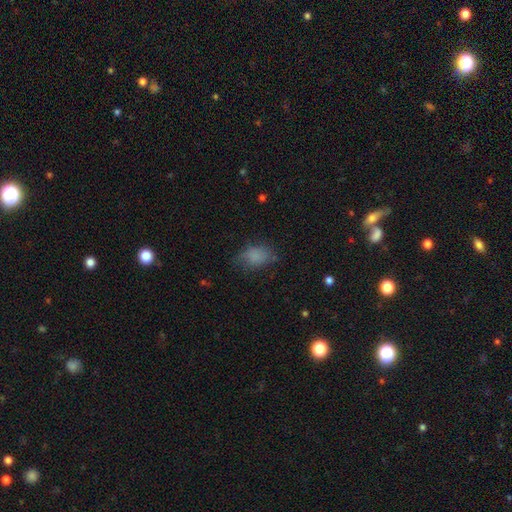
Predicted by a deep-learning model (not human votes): The model was most divided on "merging": none: 60%, minor disturbance: 28%, major disturbance: 11%, merger: 2%. More confident: how rounded — in between (80%); smooth or featured — smooth (79%).